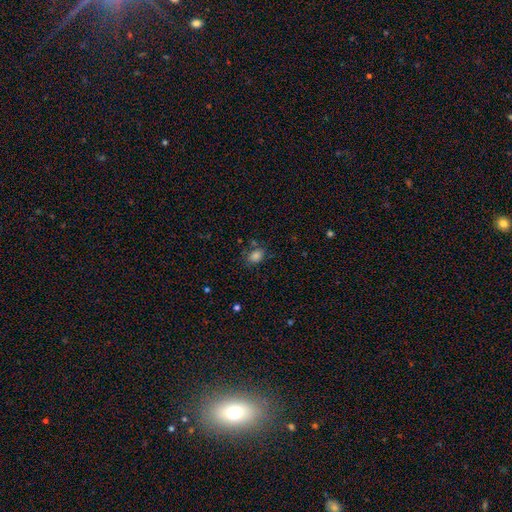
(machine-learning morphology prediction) smooth 82%, star or artifact 12%, featured or disk 6%. Down the decision tree: how rounded — in between (72%); merging — none (70%).